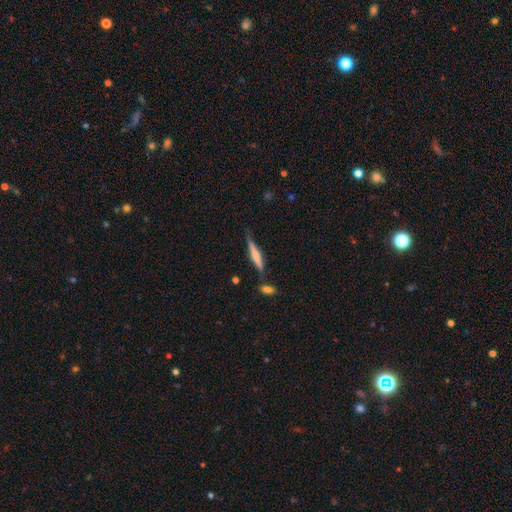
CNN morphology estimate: smooth-or-featured: featured or disk: 50% | smooth: 44% | star or artifact: 6%
  merging: none: 73% | minor disturbance: 16% | merger: 8% | major disturbance: 4%